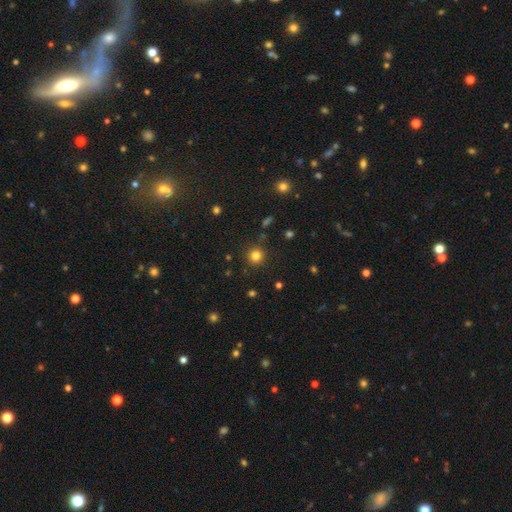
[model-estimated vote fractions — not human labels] Smooth or featured? Predicted: smooth (p=0.80). How rounded? Predicted: round (p=0.94). Merging? Predicted: none (p=0.88).